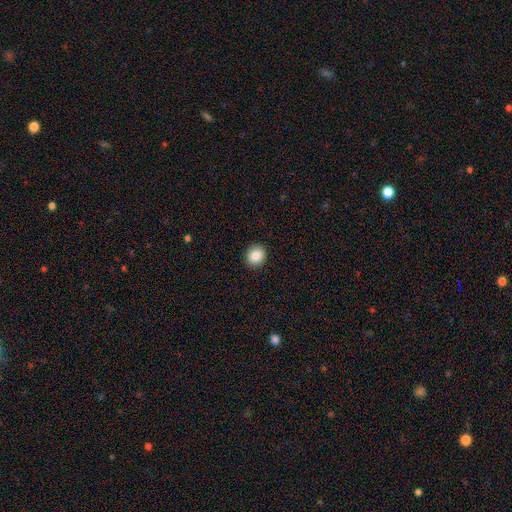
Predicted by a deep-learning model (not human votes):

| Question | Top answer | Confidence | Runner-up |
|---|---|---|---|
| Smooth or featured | smooth | 85% | star or artifact (9%) |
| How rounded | round | 83% | in between (16%) |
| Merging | none | 92% | minor disturbance (6%) |